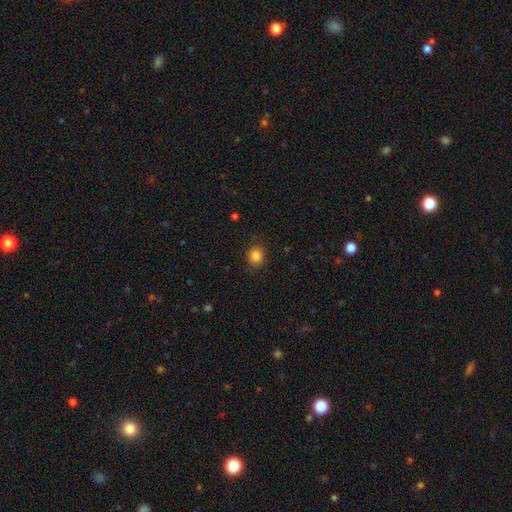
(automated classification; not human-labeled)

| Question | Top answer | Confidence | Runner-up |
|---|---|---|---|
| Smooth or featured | smooth | 84% | star or artifact (11%) |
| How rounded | round | 74% | in between (25%) |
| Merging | none | 84% | minor disturbance (12%) |